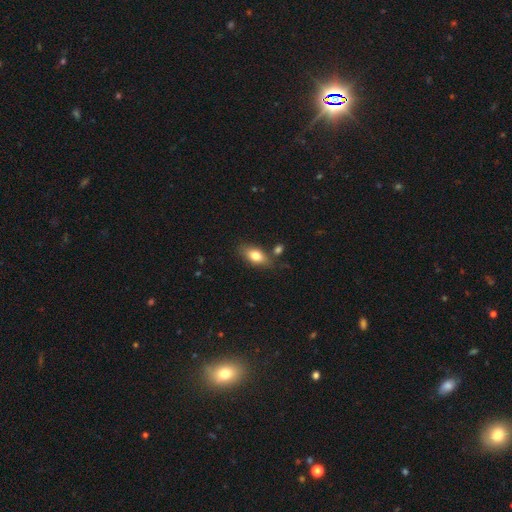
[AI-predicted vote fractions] Overall: smooth (78%). How rounded: in between (86%). Merging: none (72%).